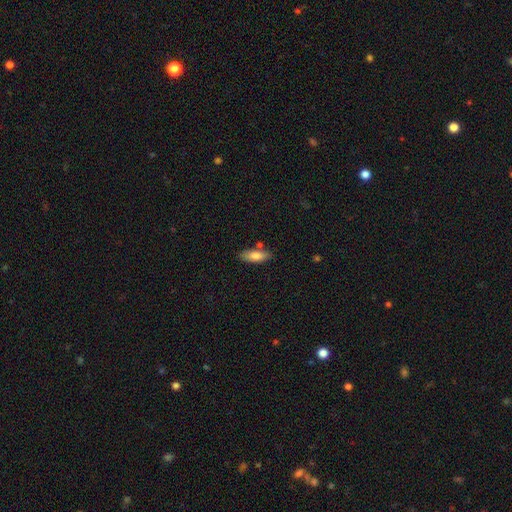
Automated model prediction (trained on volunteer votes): Smooth or featured?
  - smooth: 78% *
  - featured or disk: 16%
  - star or artifact: 6%
How rounded?
  - in between: 61% *
  - cigar-shaped: 37%
  - round: 2%
Merging?
  - none: 75% *
  - minor disturbance: 14%
  - merger: 8%
  - major disturbance: 3%